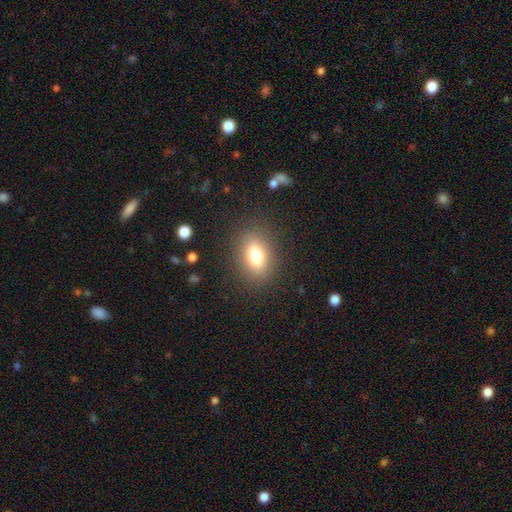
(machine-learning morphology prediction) Smooth or featured? smooth (76%)
How rounded? in between (72%)
Merging? none (86%)